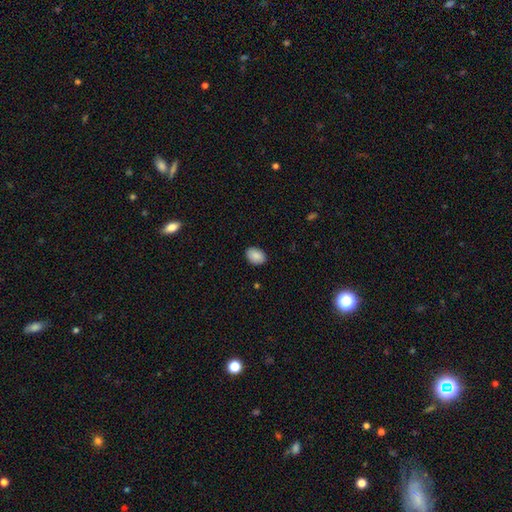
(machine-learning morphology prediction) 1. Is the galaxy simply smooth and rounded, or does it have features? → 89% smooth, 7% star or artifact, 4% featured or disk.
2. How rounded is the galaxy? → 80% in between, 19% round, 1% cigar-shaped.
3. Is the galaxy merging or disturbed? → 88% none, 9% minor disturbance, 2% major disturbance, 1% merger.